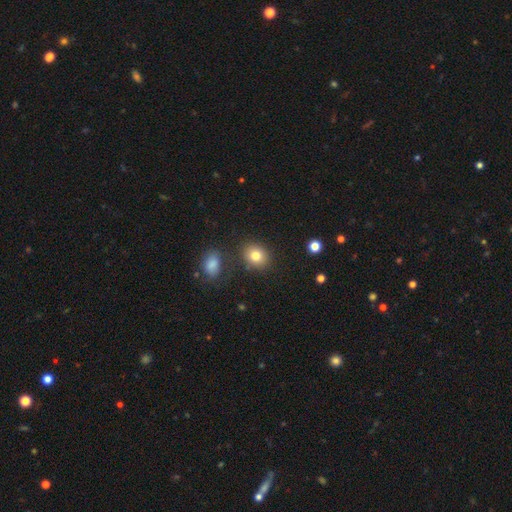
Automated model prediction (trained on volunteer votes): Q: Smooth or featured?
A: smooth (81%); runner-up: star or artifact (11%)
Q: How rounded?
A: round (60%); runner-up: in between (39%)
Q: Merging?
A: none (80%); runner-up: minor disturbance (10%)